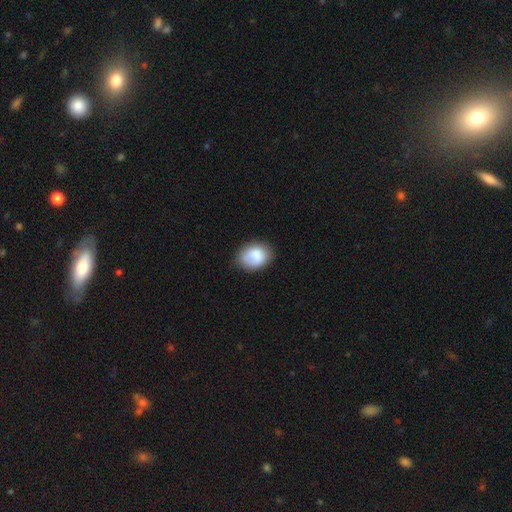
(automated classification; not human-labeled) smooth_or_featured: smooth (p=0.81) [alt: featured or disk p=0.11]
how_rounded: in between (p=0.65) [alt: round p=0.34]
merging: none (p=0.69) [alt: minor disturbance p=0.23]